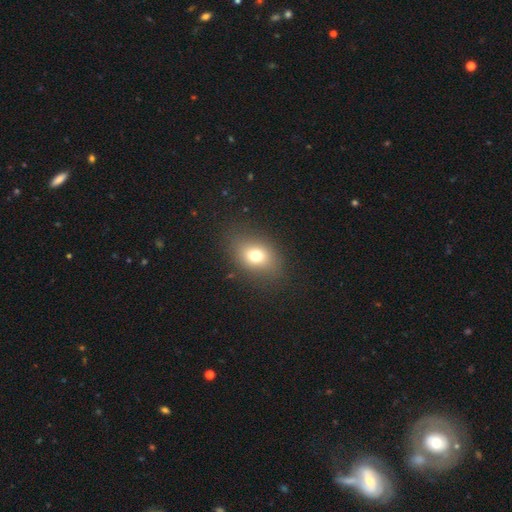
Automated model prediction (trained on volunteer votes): This appears to be a smooth galaxy with no disk features (73%) that is in between round and cigar-shaped (68%). Merging: none (83%).